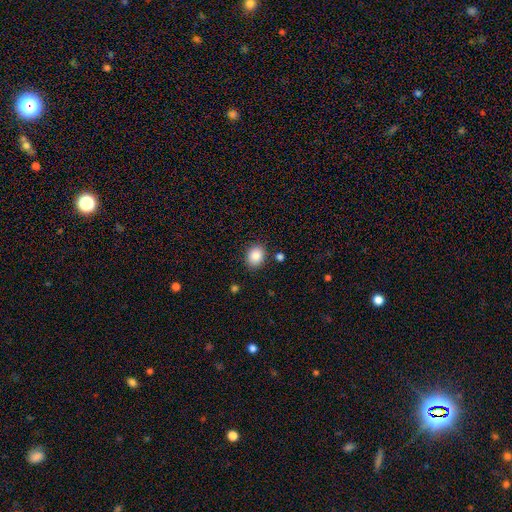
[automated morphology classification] smooth_or_featured: smooth (p=0.86) [alt: star or artifact p=0.09]
how_rounded: round (p=0.52) [alt: in between p=0.47]
merging: none (p=0.85) [alt: minor disturbance p=0.09]